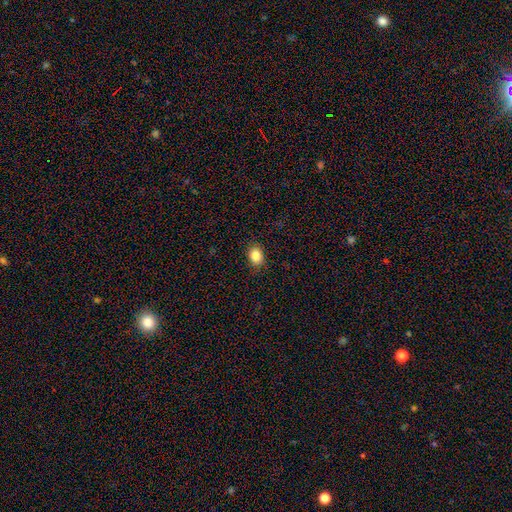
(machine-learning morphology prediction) The model was most divided on "how rounded": in between: 61%, round: 38%, cigar-shaped: 1%. More confident: merging — none (88%); smooth or featured — smooth (85%).